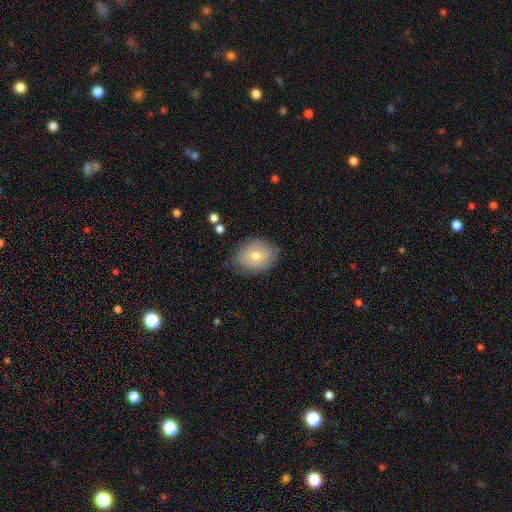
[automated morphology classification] This appears to be a smooth galaxy with no disk features (64%) that is in between round and cigar-shaped (66%). Merging: none (76%).